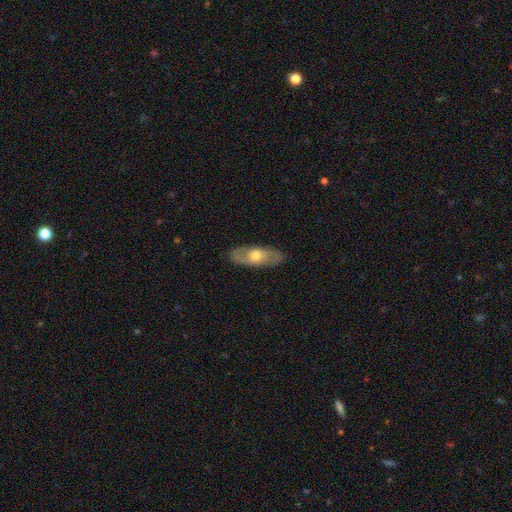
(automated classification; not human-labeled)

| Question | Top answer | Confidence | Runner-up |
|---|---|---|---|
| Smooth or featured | smooth | 48% | featured or disk (47%) |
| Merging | none | 86% | minor disturbance (11%) |